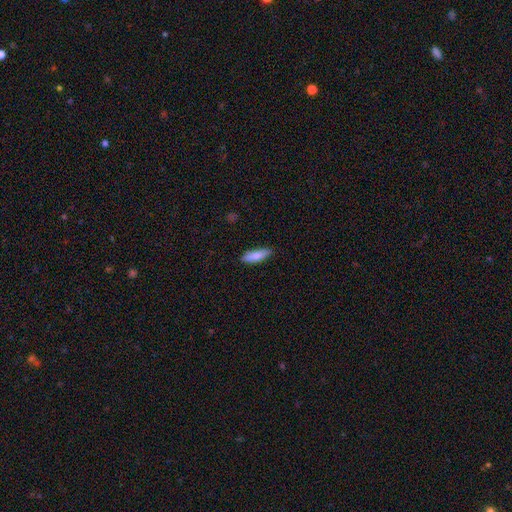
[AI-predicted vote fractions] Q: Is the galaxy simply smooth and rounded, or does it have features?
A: smooth — 84%.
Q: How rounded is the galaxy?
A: cigar-shaped — 52%.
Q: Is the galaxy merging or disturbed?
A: none — 84%.